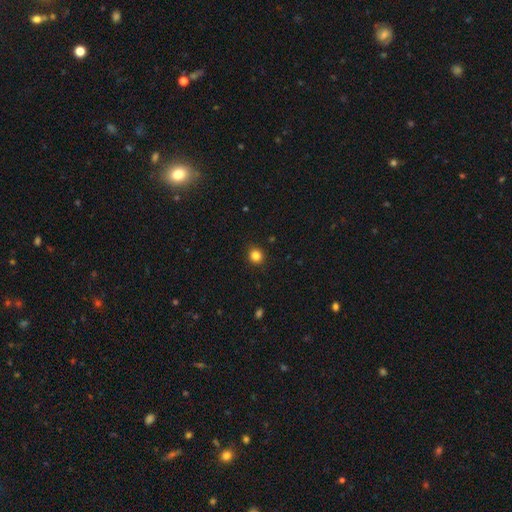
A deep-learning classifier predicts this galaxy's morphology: A smooth galaxy with no disk features (84%) that is round (85%). Merging: none (91%).